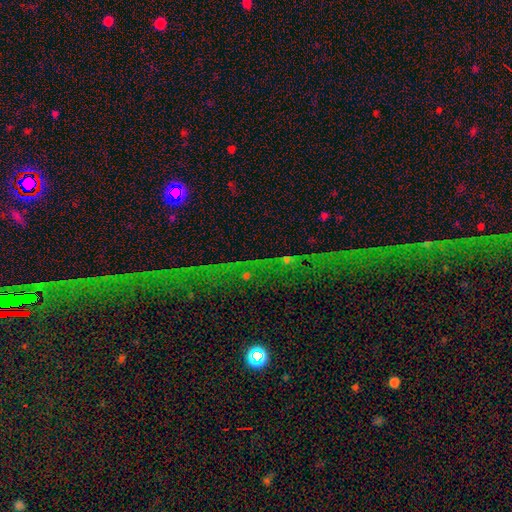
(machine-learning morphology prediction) This is likely a star or artifact rather than a galaxy (72%).